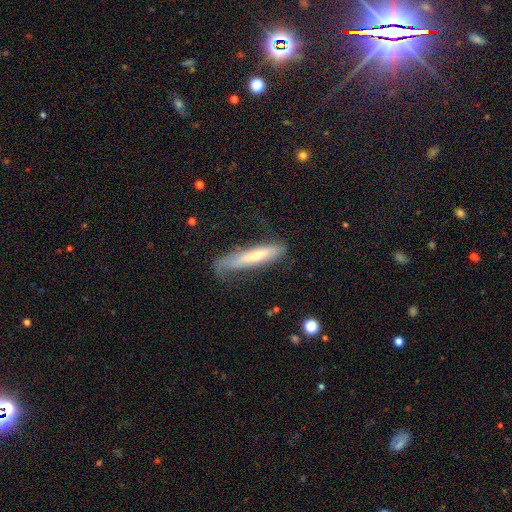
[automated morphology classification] Overall: smooth (52%; featured or disk 42%). How rounded: cigar-shaped (85%). Merging: none (53%; minor disturbance 29%).